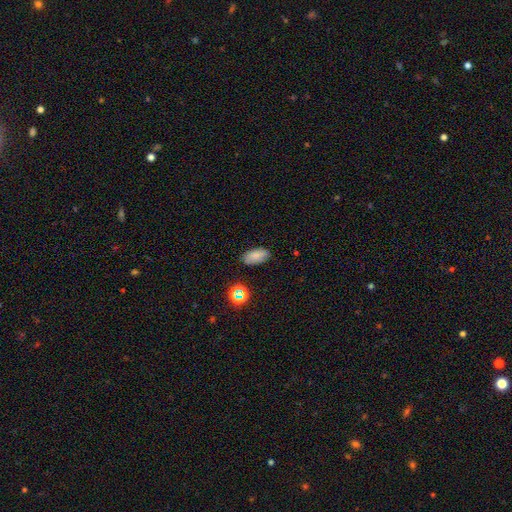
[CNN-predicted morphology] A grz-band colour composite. It shows a smooth galaxy with no disk features (81%) that is in between round and cigar-shaped (91%). Merging: none (85%).